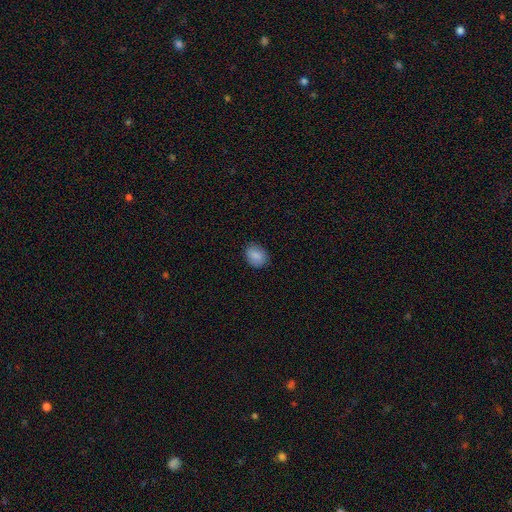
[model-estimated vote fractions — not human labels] Morphology: type=smooth (87%); roundness=in between (60%); merging=none (85%).